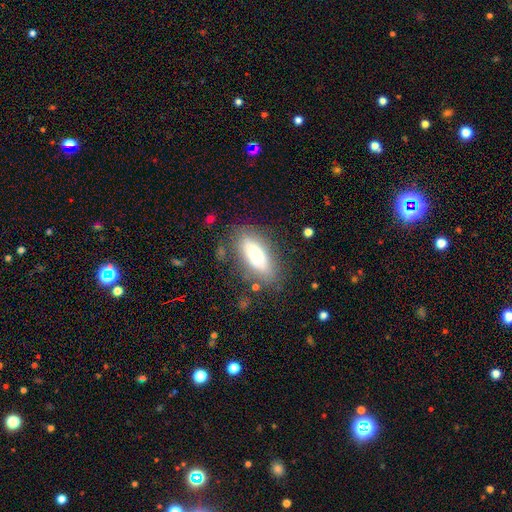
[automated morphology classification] Smooth or featured: smooth — 71% (featured or disk — 21%)
How rounded: in between — 74% (cigar-shaped — 23%)
Merging: none — 75% (minor disturbance — 15%)